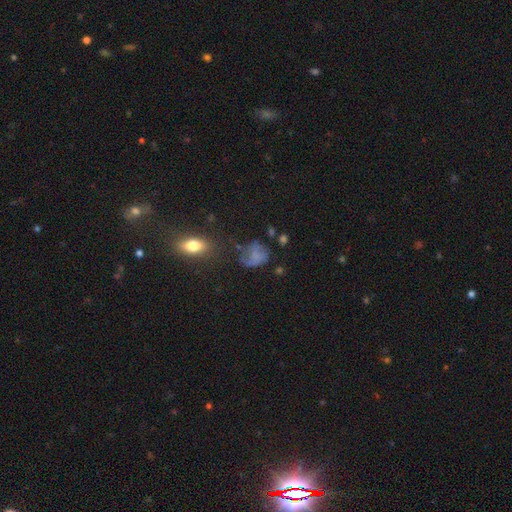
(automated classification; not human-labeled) Morphology: type=smooth (54%); roundness=round (52%); merging=none (44%).